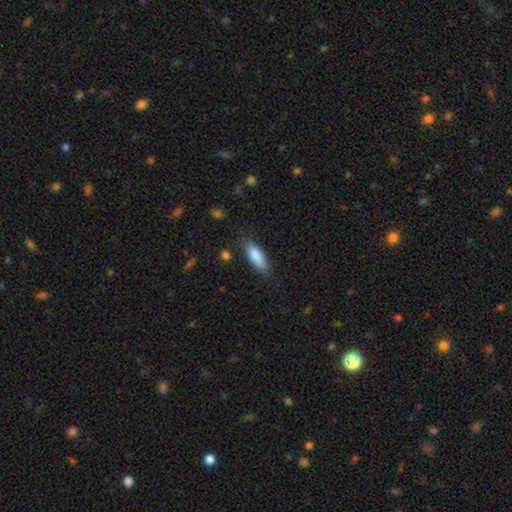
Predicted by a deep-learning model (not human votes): Smooth or featured? Predicted: smooth (p=0.86). How rounded? Predicted: in between (p=0.64). Merging? Predicted: none (p=0.80).